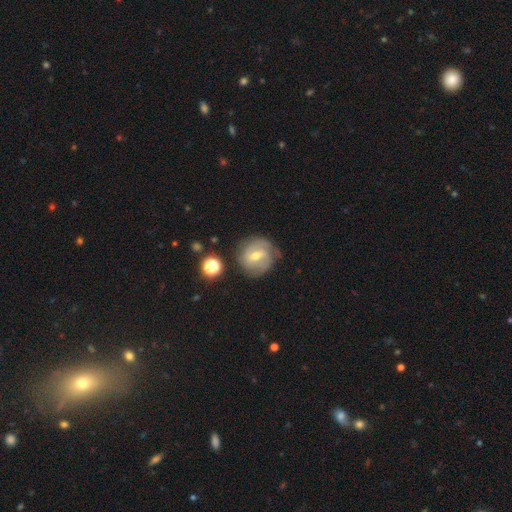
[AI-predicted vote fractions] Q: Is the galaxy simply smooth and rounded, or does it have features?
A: featured or disk — 70%.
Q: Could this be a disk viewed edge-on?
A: no — 96%.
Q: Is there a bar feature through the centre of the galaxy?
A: weak — 55%.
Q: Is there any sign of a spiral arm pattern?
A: yes — 86%.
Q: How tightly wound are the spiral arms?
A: tight — 52%.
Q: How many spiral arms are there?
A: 2 — 50%.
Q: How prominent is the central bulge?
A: moderate — 59%.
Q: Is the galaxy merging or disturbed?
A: none — 73%.